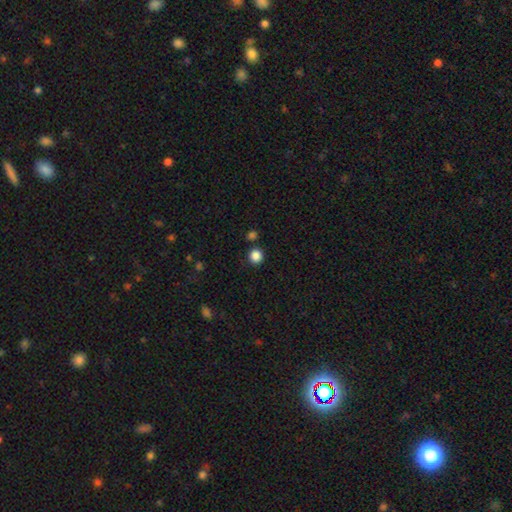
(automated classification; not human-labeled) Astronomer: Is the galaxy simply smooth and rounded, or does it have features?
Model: smooth — 86%.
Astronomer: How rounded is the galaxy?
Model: round — 93%.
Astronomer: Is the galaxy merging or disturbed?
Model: none — 86%.